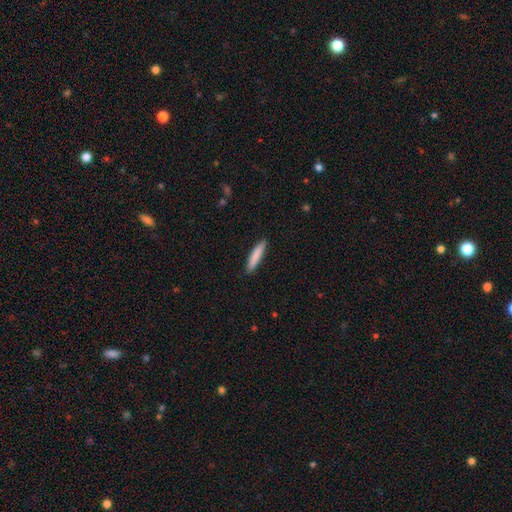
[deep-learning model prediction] Overall: smooth (84%). How rounded: cigar-shaped (89%). Merging: none (90%).